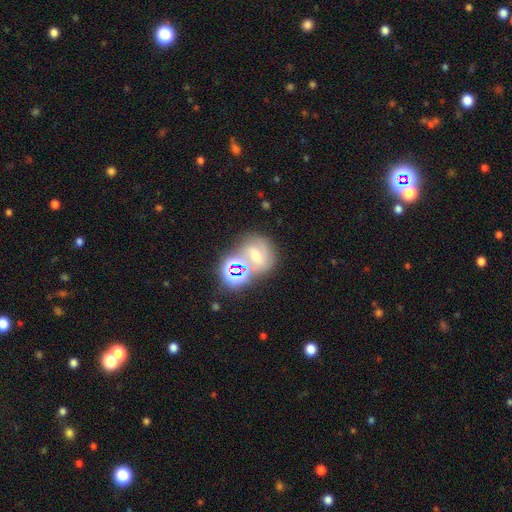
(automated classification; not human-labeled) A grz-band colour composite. It shows a featured or disk galaxy (36%). Merging: none (52%).